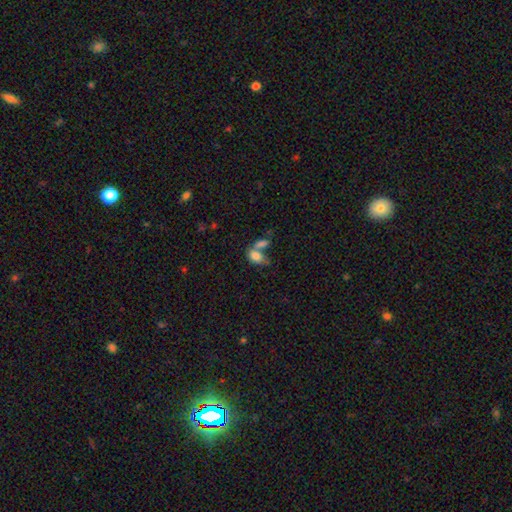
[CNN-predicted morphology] Smooth or featured: smooth — 78% (featured or disk — 13%)
How rounded: in between — 87% (round — 9%)
Merging: merger — 57% (none — 24%)